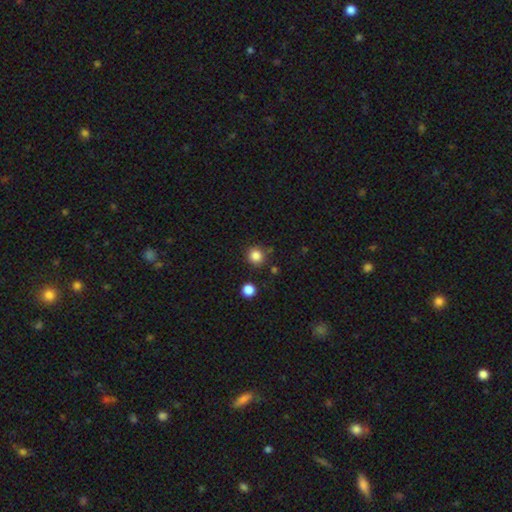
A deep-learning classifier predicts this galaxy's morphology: This appears to be a smooth galaxy with no disk features (85%) that is round (91%). Merging: none (84%).